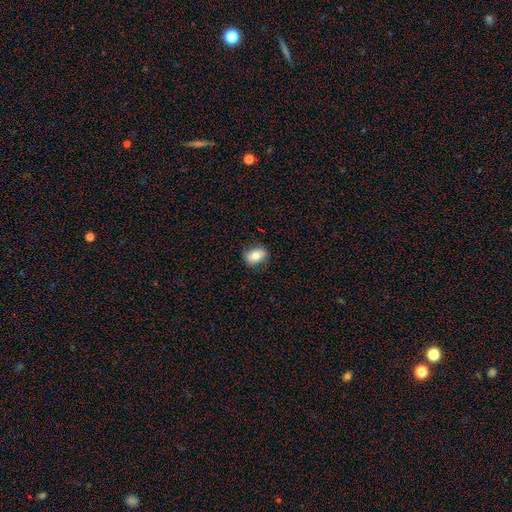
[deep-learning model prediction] smooth 74%, featured or disk 18%, star or artifact 8%. Down the decision tree: how rounded — in between (72%); merging — none (82%).